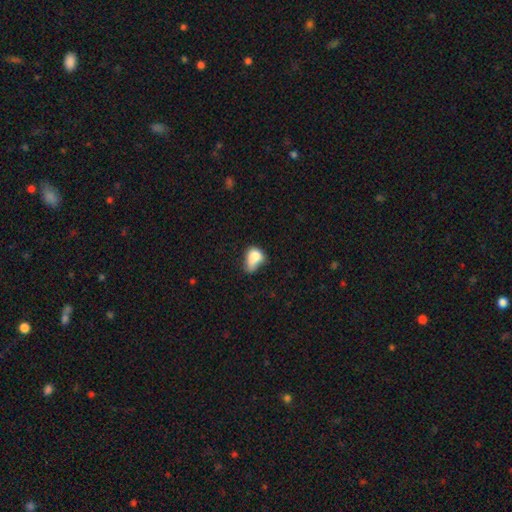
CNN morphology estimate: The model was most divided on "merging": minor disturbance: 38%, major disturbance: 26%, none: 24%, merger: 12%. More confident: smooth or featured — smooth (78%); how rounded — in between (73%).